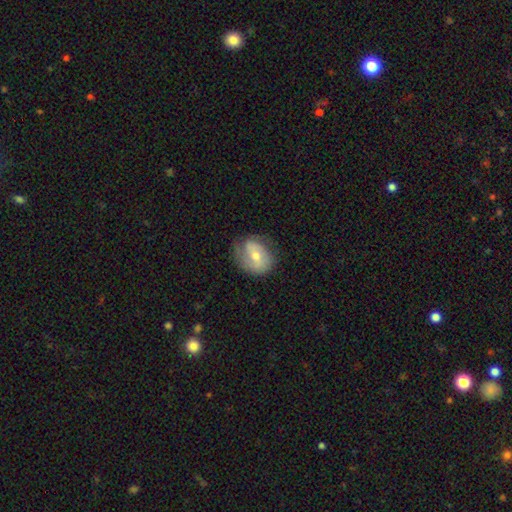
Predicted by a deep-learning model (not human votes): This appears to be a featured or disk galaxy (60%) with a weak bar (40%, tied with no), spiral arms (76%) and a moderate central bulge (60%). Merging: none (65%).